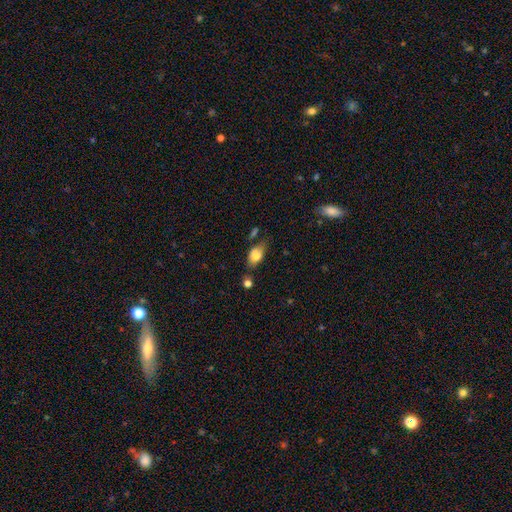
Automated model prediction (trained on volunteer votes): Smooth or featured? smooth (72%)
How rounded? in between (87%)
Merging? none (45%)